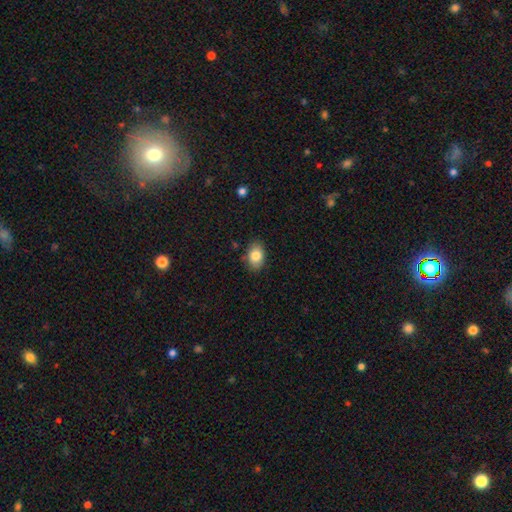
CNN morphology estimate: Smooth or featured? Predicted: smooth (p=0.83). How rounded? Predicted: in between (p=0.81). Merging? Predicted: none (p=0.84).